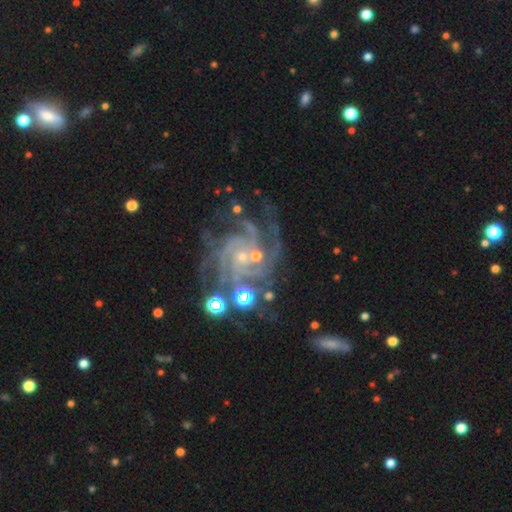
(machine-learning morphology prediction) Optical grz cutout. It shows a featured or disk galaxy (86%) with no bar (74%), 4 (31%) tight (54%) spiral arms (98%) and a small central bulge (66%). Merging: none (53%).